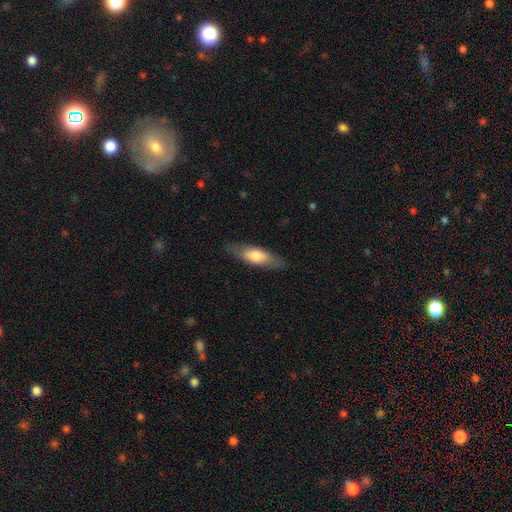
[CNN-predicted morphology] Overall: smooth (65%; featured or disk 29%). How rounded: in between (54%; cigar-shaped 44%). Merging: none (83%).